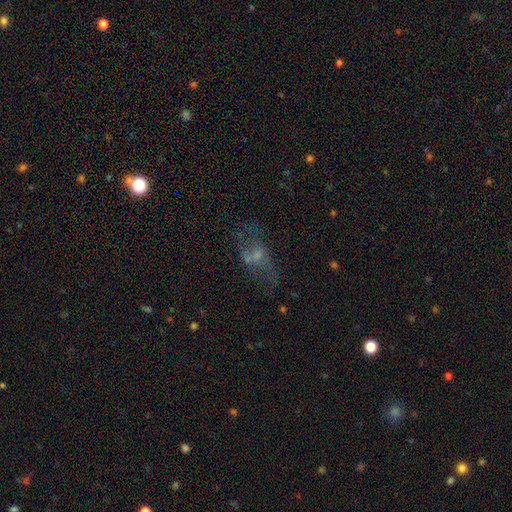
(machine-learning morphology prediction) Overall: featured or disk (55%; smooth 29%). Edge-on disk: no (93%). Bar: no (59%; weak 33%). Spiral arms: no (50%, tied with yes). Bulge size: small (47%; moderate 27%). Merging: none (44%; major disturbance 29%).